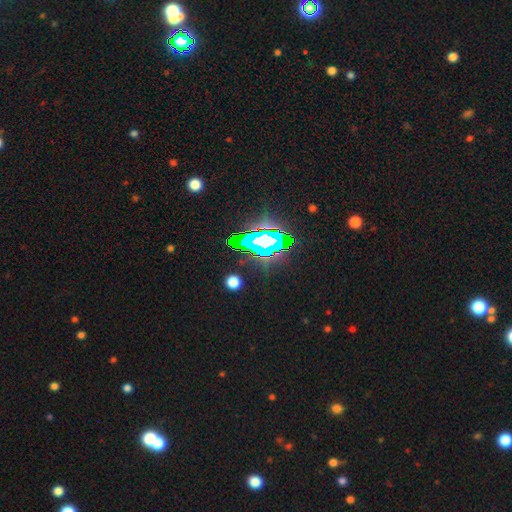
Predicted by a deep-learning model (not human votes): Smooth or featured? star or artifact (76%)